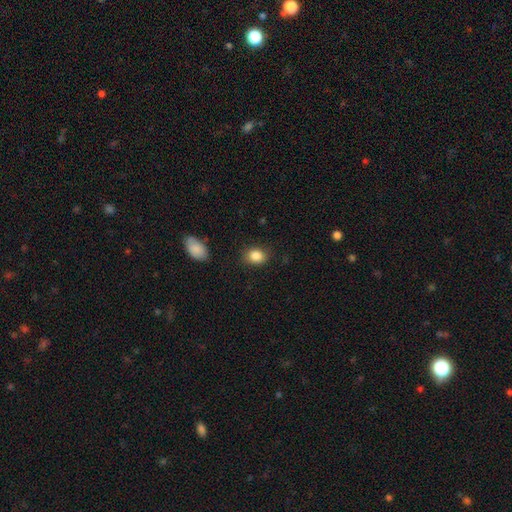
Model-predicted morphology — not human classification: This appears to be a smooth galaxy with no disk features (86%) that is in between round and cigar-shaped (57%). Merging: none (83%).